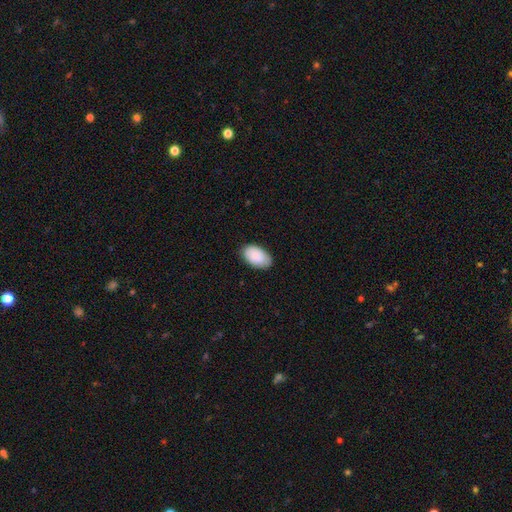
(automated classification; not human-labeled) A smooth galaxy with no disk features (86%) that is in between round and cigar-shaped (94%). Merging: none (80%).